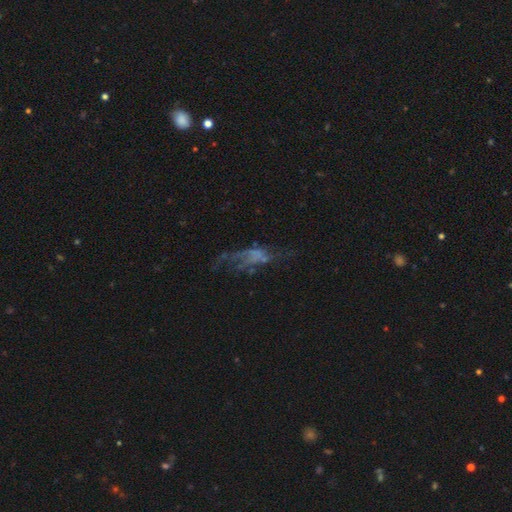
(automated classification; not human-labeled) The model was most divided on "merging": major disturbance: 43%, none: 32%, minor disturbance: 17%, merger: 7%. More confident: edge-on disk — no (88%); smooth or featured — featured or disk (55%).